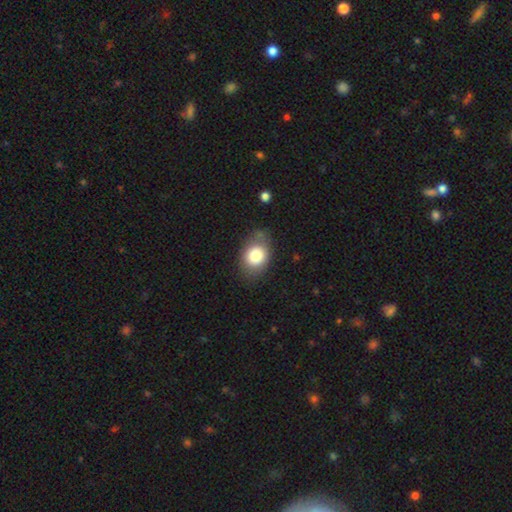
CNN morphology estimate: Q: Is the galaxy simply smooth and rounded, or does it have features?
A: smooth — 80%.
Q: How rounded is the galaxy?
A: in between — 68%.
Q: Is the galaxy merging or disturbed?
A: none — 74%.